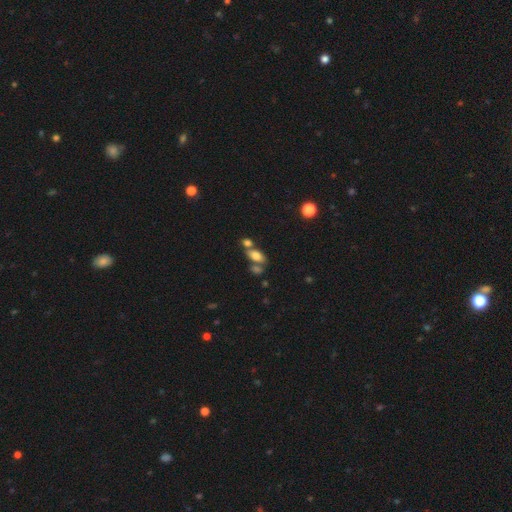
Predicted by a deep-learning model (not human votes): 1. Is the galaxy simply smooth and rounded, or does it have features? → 73% smooth, 16% featured or disk, 12% star or artifact.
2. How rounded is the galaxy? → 86% in between, 7% round, 6% cigar-shaped.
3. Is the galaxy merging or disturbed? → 44% none, 37% merger, 13% minor disturbance, 7% major disturbance.